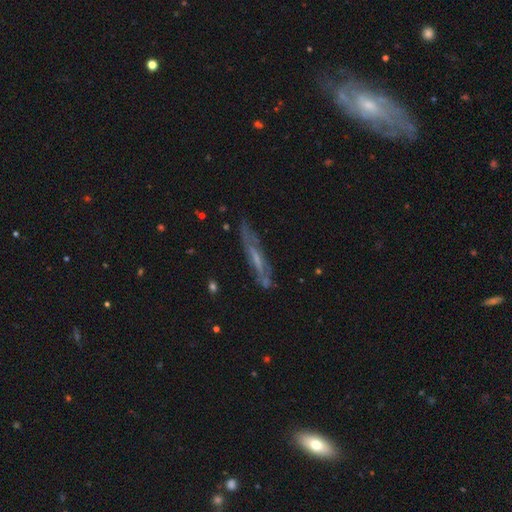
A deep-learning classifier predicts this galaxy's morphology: This is possibly a featured or disk galaxy (60%). It is likely viewed edge-on (66%). Merging: likely none (71%).